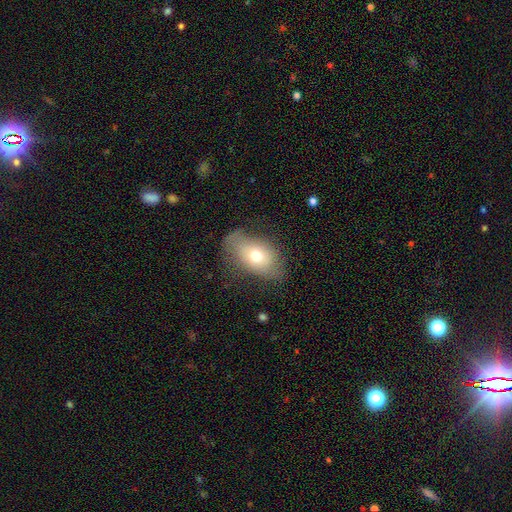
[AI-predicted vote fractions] This appears to be a smooth galaxy with no disk features (66%) that is in between round and cigar-shaped (86%). Merging: none (51%).